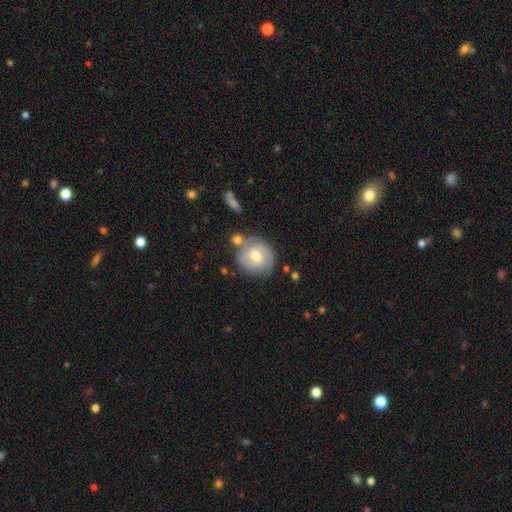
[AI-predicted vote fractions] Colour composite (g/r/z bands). It shows a featured or disk galaxy (65%) with a weak bar (50%), 2 (60%) tight (55%) spiral arms (89%) and a moderate central bulge (69%). Merging: none (65%).